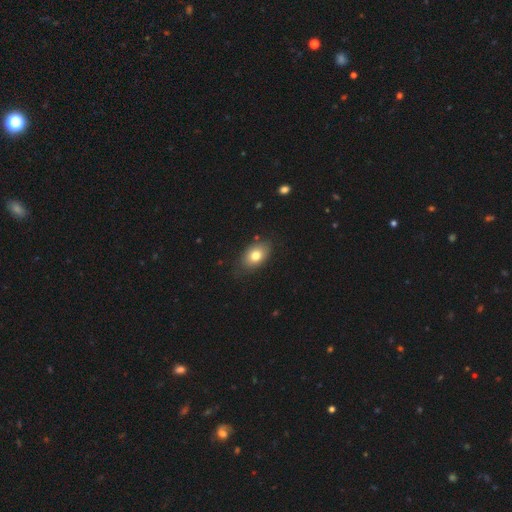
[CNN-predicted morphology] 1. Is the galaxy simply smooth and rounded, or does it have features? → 78% smooth, 14% featured or disk, 8% star or artifact.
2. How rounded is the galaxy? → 84% in between, 14% round, 1% cigar-shaped.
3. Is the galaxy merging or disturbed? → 78% none, 17% minor disturbance, 3% major disturbance, 2% merger.